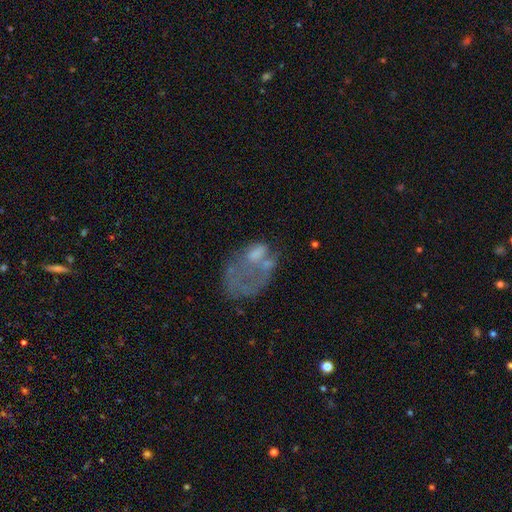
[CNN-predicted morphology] smooth_or_featured: featured or disk (p=0.47) [alt: smooth p=0.42]
merging: major disturbance (p=0.53) [alt: none p=0.18]